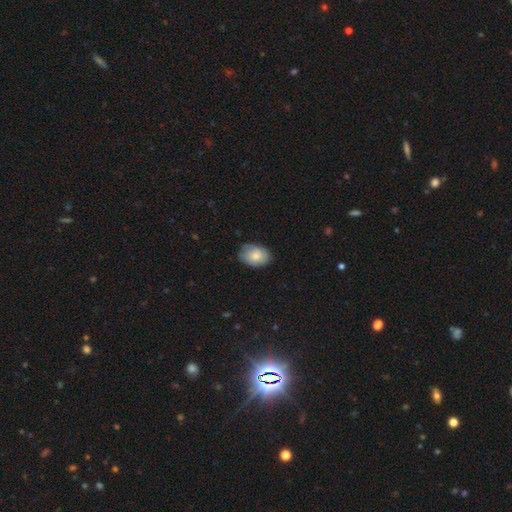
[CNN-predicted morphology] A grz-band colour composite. It shows a smooth galaxy with no disk features (77%) that is in between round and cigar-shaped (81%). Merging: none (74%).